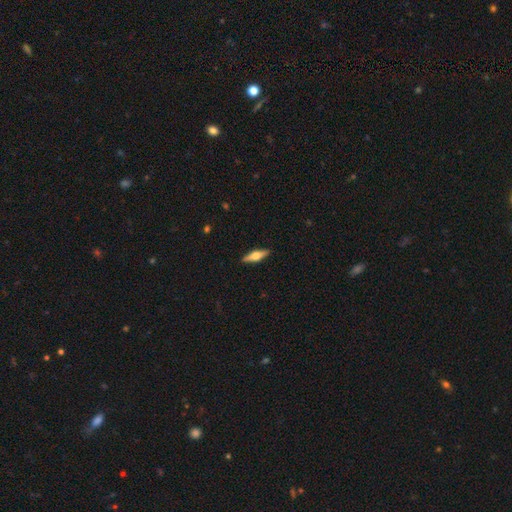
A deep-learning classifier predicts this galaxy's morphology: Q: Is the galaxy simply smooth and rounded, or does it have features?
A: featured or disk — 56%.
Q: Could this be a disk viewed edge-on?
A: yes — 95%.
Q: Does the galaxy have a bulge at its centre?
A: rounded — 93%.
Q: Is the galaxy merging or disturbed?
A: none — 90%.